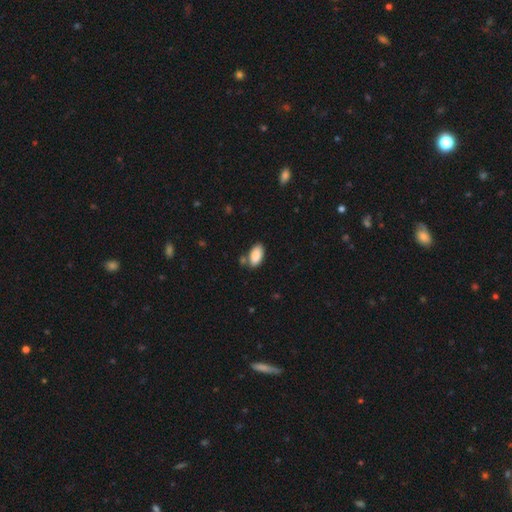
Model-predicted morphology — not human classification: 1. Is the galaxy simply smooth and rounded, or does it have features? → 89% smooth, 7% star or artifact, 4% featured or disk.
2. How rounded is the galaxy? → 95% in between, 3% cigar-shaped, 2% round.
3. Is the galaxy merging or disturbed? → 74% none, 14% minor disturbance, 9% merger, 3% major disturbance.